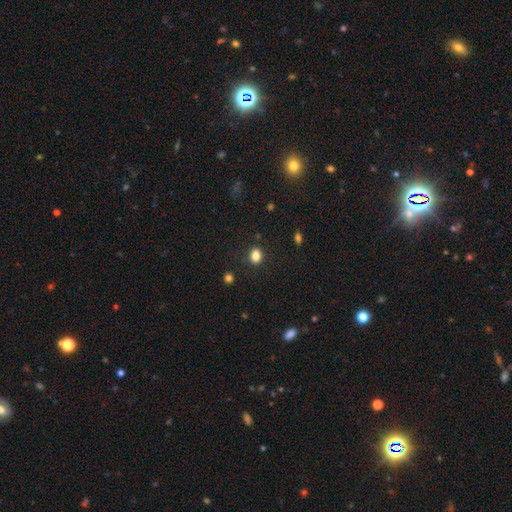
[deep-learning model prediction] A smooth galaxy with no disk features (84%) that is in between round and cigar-shaped (55%).

Vote fractions:
- Smooth or featured? smooth: 84% / star or artifact: 11% / featured or disk: 5%
- How rounded? in between: 55% / round: 44% / cigar-shaped: 1%
- Merging? none: 85% / minor disturbance: 11% / major disturbance: 3% / merger: 2%